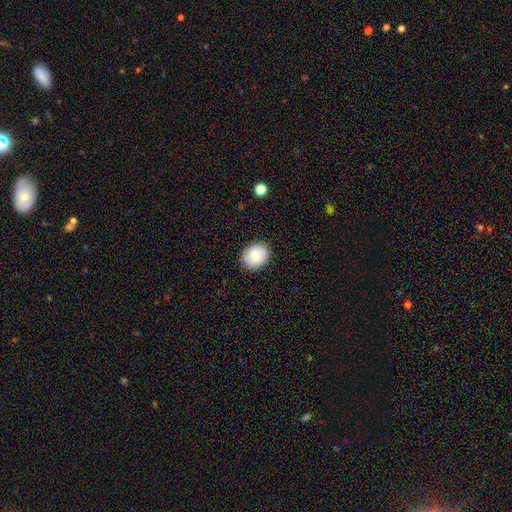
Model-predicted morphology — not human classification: This is likely a smooth galaxy (77%). How rounded: likely round (60%). Merging: clearly none (87%).